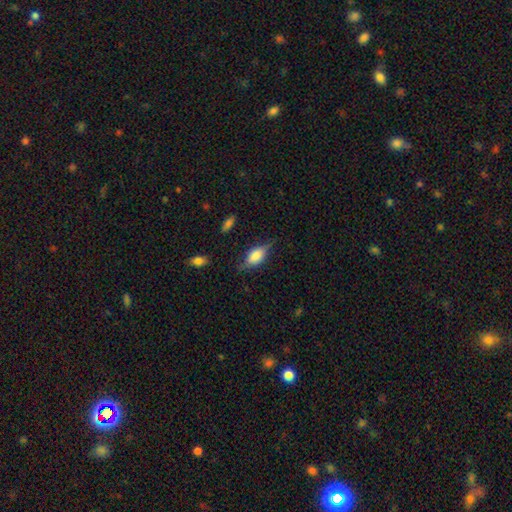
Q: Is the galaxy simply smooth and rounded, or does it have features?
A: featured or disk — 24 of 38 (63%).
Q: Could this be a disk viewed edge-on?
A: yes — 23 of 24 (96%).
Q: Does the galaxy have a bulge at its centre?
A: rounded — 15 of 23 (65%).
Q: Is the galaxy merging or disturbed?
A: none — 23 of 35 (66%).